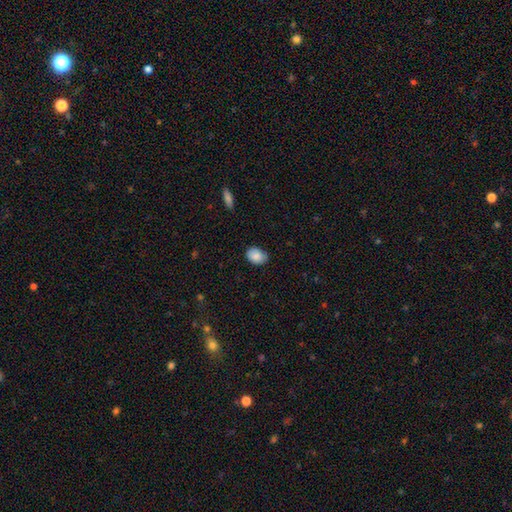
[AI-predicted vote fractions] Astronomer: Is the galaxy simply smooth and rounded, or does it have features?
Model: smooth — 85%.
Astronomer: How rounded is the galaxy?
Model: in between — 73%.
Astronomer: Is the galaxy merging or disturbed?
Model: none — 72%.